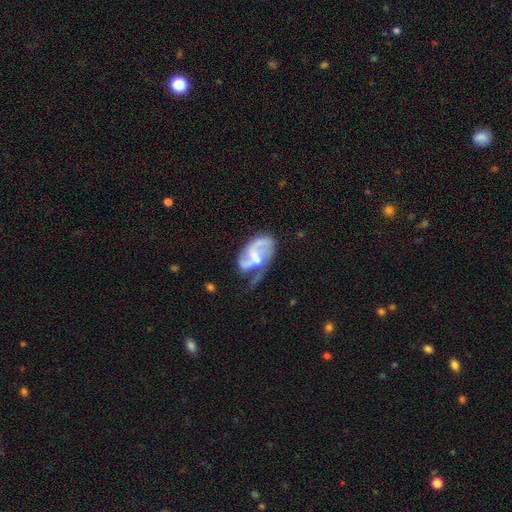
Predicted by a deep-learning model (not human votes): A featured or disk galaxy (73%) with a weak bar (44%), 2 (62%) loose (50%) spiral arms (79%) and a moderate central bulge (31%, tied with small).

Vote fractions:
- Smooth or featured? featured or disk: 73% / smooth: 20% / star or artifact: 7%
- Edge-on disk? no: 97% / yes: 3%
- Bar? weak: 44% / no: 40% / strong: 17%
- Spiral arms? yes: 79% / no: 21%
- Spiral winding? loose: 50% / medium: 37% / tight: 13%
- Spiral arm count? 2: 62% / 1: 15% / can't tell: 13% / 3: 7% / 4: 2% / more than 4: 2%
- Bulge size? moderate: 31% (tied) / small: 31% (tied) / none: 29% / large: 7% / dominant: 2%
- Merging? major disturbance: 36% / none: 29% / minor disturbance: 23% / merger: 12%